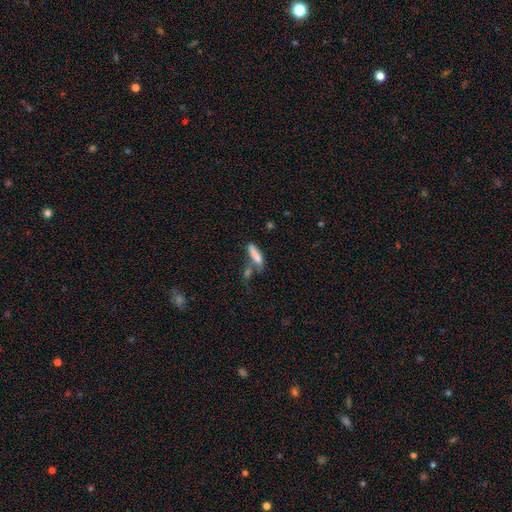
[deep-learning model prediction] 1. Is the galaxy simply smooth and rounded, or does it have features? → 76% smooth, 15% featured or disk, 8% star or artifact.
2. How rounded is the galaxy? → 72% cigar-shaped, 26% in between, 2% round.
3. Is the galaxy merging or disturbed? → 45% none, 26% merger, 19% minor disturbance, 10% major disturbance.